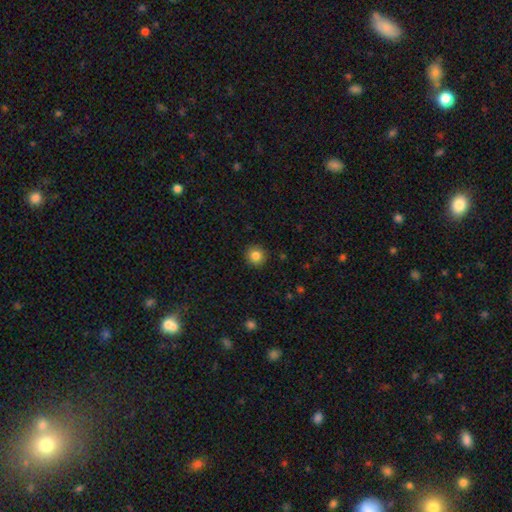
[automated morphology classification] Overall: smooth (84%). How rounded: round (93%). Merging: none (92%).